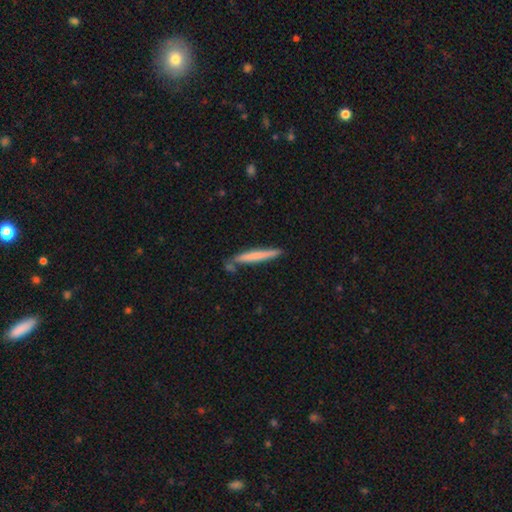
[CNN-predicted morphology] Q: Smooth or featured?
A: smooth (65%); runner-up: featured or disk (29%)
Q: How rounded?
A: cigar-shaped (96%); runner-up: in between (3%)
Q: Merging?
A: none (79%); runner-up: minor disturbance (12%)